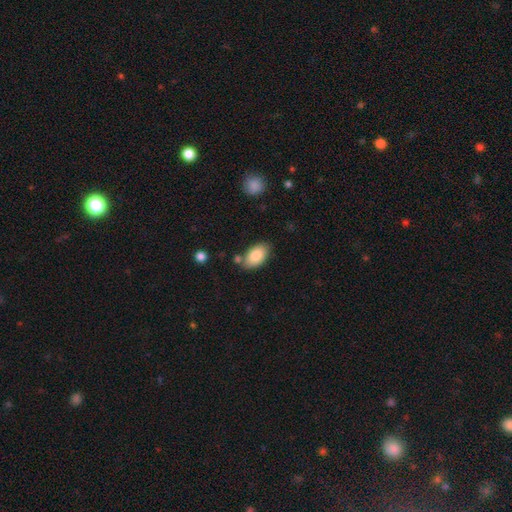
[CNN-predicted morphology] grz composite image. It shows a smooth galaxy with no disk features (84%) that is in between round and cigar-shaped (94%). Merging: none (74%).